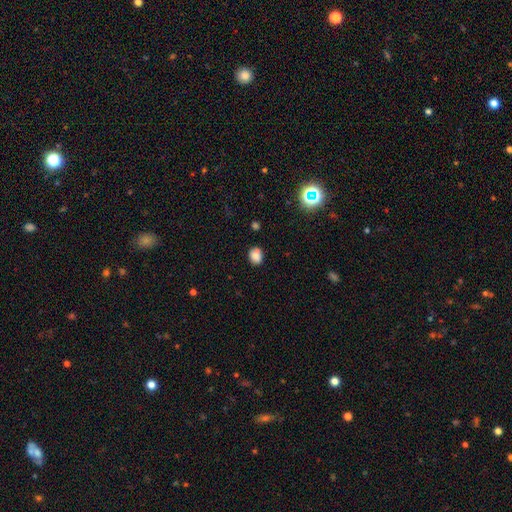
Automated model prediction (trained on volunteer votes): Smooth or featured?
  - smooth: 83% *
  - star or artifact: 12%
  - featured or disk: 5%
How rounded?
  - in between: 51% *
  - round: 48%
  - cigar-shaped: 1%
Merging?
  - none: 80% *
  - minor disturbance: 14%
  - major disturbance: 3%
  - merger: 2%